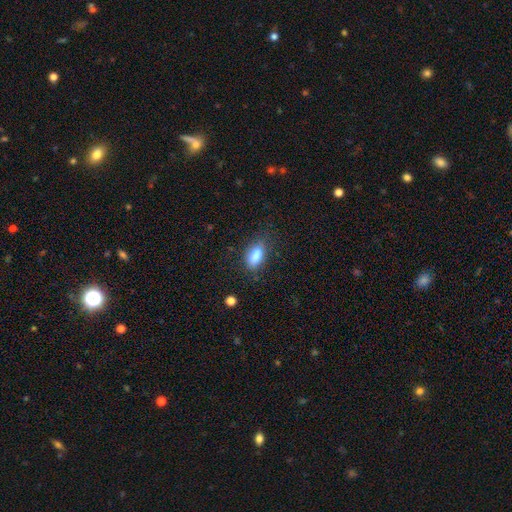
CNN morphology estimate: Overall: smooth (84%). How rounded: in between (88%). Merging: none (73%).